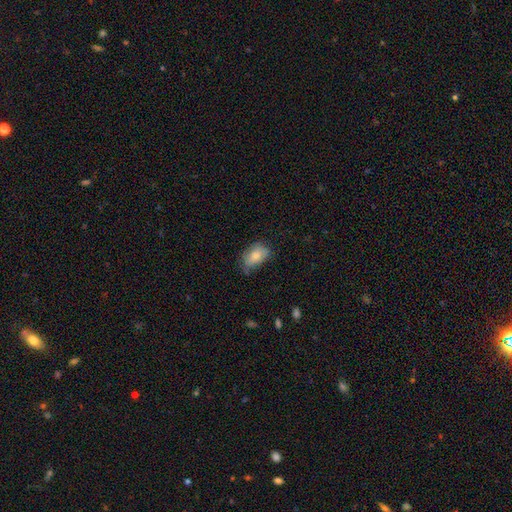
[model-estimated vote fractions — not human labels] This is likely a smooth galaxy (78%). How rounded: clearly in between (89%). Merging: possibly none (58%).